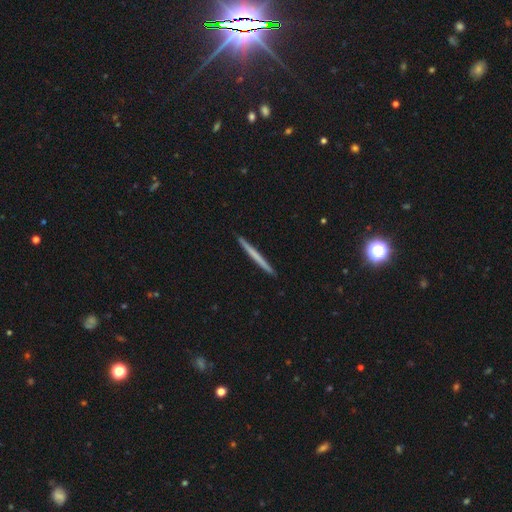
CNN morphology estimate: smooth 56%, featured or disk 39%, star or artifact 5%. Down the decision tree: how rounded — cigar-shaped (97%); merging — none (93%).